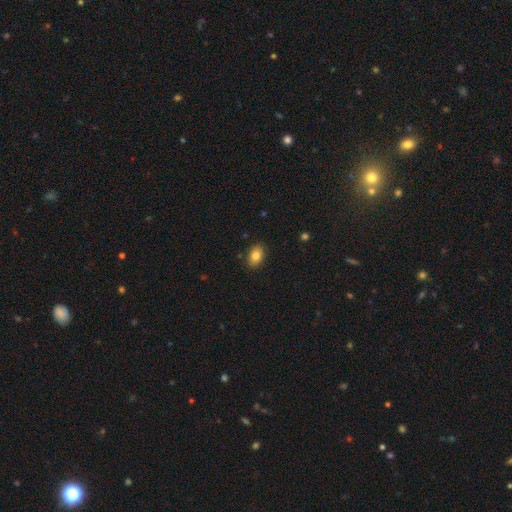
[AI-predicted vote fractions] smooth_or_featured: smooth (p=0.83) [alt: star or artifact p=0.09]
how_rounded: in between (p=0.87) [alt: round p=0.12]
merging: none (p=0.87) [alt: minor disturbance p=0.09]